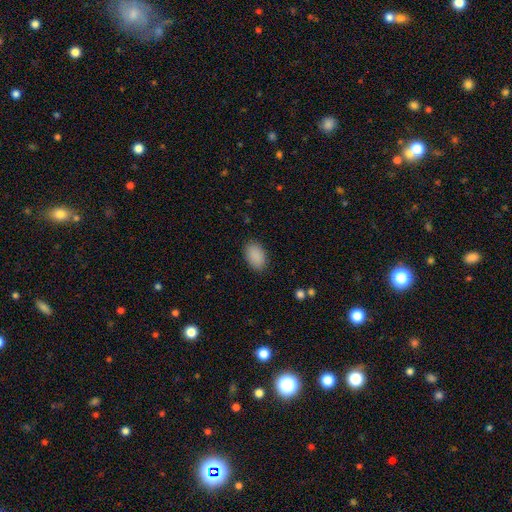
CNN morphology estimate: Smooth or featured? smooth (90%)
How rounded? in between (90%)
Merging? none (87%)